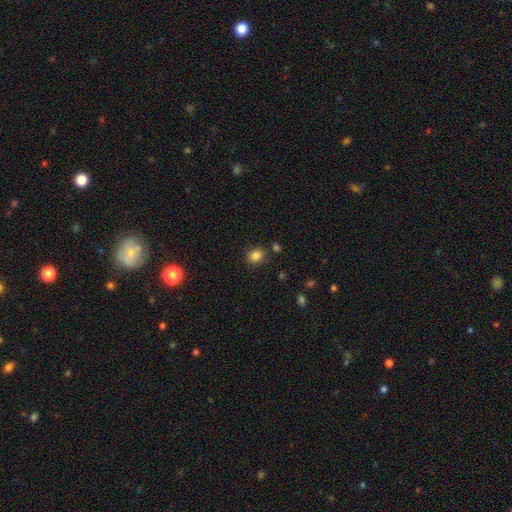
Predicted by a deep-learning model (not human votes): smooth_or_featured: smooth (p=0.84) [alt: star or artifact p=0.11]
how_rounded: round (p=0.60) [alt: in between p=0.39]
merging: none (p=0.83) [alt: minor disturbance p=0.09]